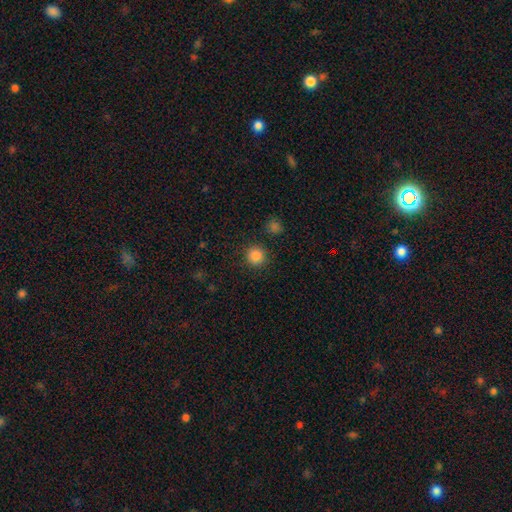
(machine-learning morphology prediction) smooth-or-featured: smooth: 85% | star or artifact: 11% | featured or disk: 3%
  how-rounded: round: 94% | in between: 5% | cigar-shaped: 1%
  merging: none: 90% | minor disturbance: 5% | major disturbance: 2% | merger: 2%